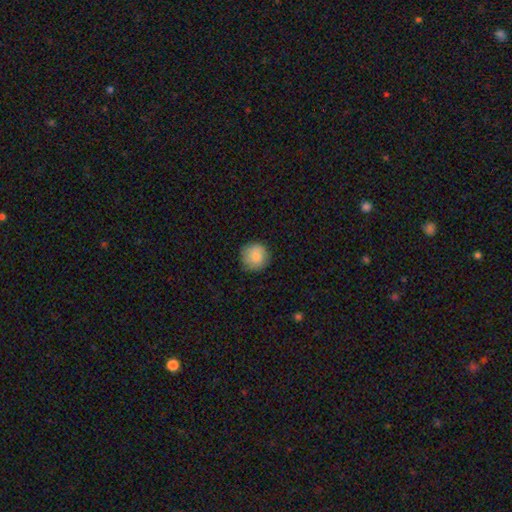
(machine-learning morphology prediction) Overall: smooth (83%). How rounded: round (95%). Merging: none (84%).